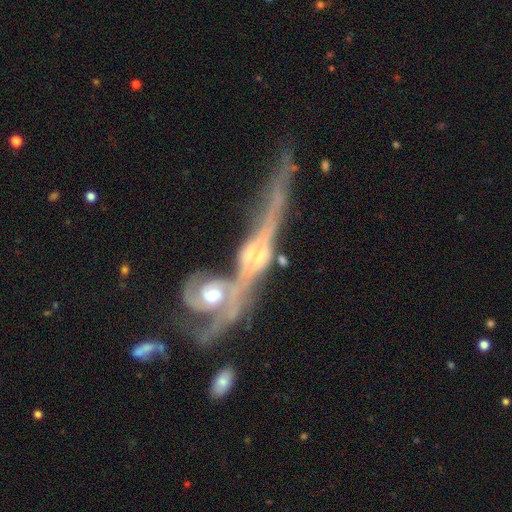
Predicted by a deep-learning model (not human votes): smooth_or_featured: featured or disk (p=0.85) [alt: smooth p=0.09]
disk_edge_on: yes (p=0.71) [alt: no p=0.29]
edge_on_bulge: rounded (p=0.74) [alt: boxy p=0.14]
merging: merger (p=0.61) [alt: none p=0.19]